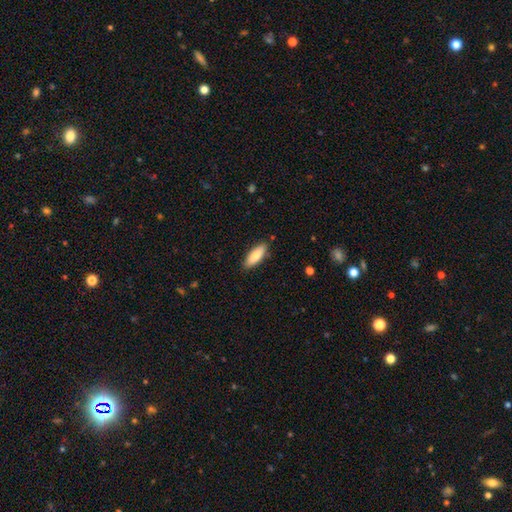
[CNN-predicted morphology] smooth_or_featured: smooth (p=0.81) [alt: featured or disk p=0.13]
how_rounded: in between (p=0.64) [alt: cigar-shaped p=0.34]
merging: none (p=0.86) [alt: minor disturbance p=0.11]